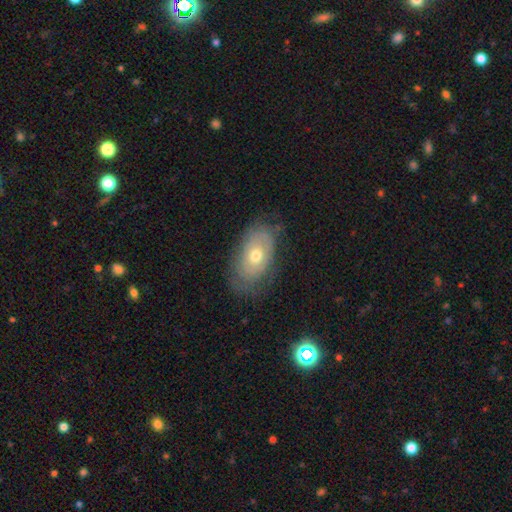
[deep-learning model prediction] Smooth or featured? Predicted: featured or disk (p=0.48). Merging? Predicted: none (p=0.70).